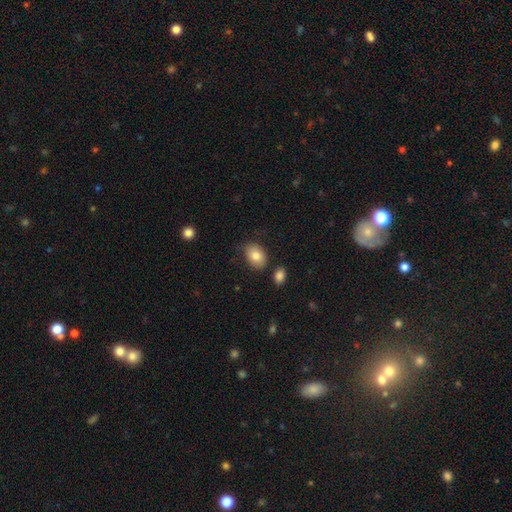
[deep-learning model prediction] Smooth or featured? Predicted: smooth (p=0.82). How rounded? Predicted: in between (p=0.78). Merging? Predicted: none (p=0.73).